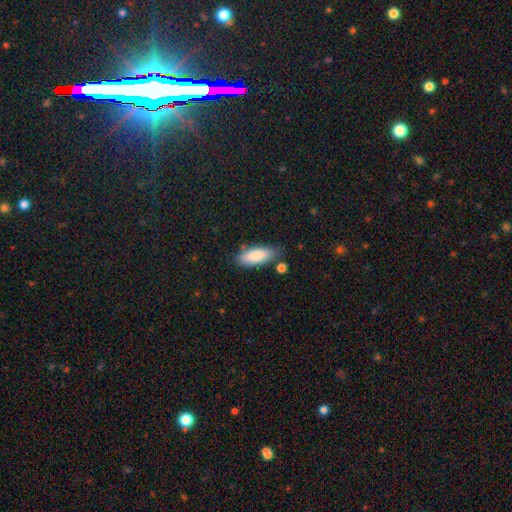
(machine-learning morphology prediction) This is clearly a smooth galaxy (84%). How rounded: likely in between (76%). Merging: likely none (72%).